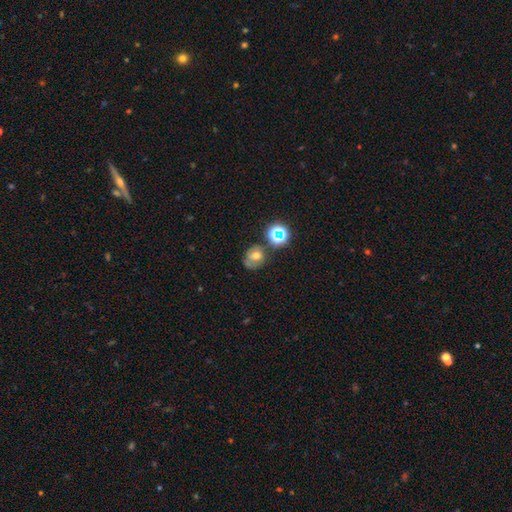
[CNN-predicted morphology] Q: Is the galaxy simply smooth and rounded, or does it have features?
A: smooth — 53%.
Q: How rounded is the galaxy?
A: round — 68%.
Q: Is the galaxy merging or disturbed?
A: none — 55%.